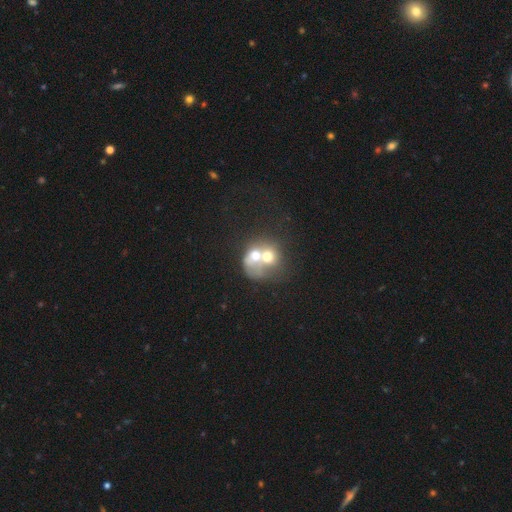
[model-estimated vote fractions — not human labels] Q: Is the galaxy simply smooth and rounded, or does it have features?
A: smooth — 54%.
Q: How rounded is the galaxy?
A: round — 63%.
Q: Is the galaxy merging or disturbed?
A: merger — 79%.